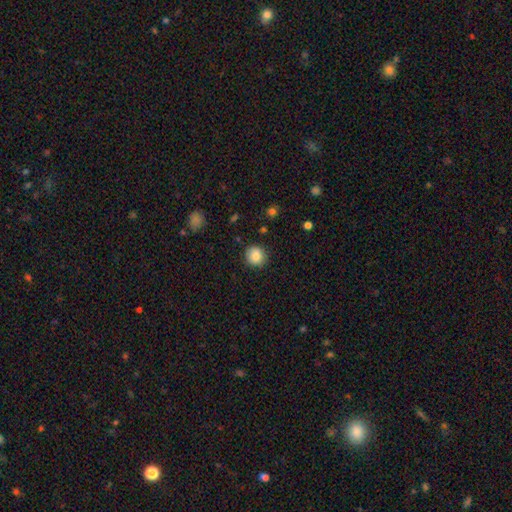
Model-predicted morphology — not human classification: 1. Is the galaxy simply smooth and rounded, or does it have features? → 87% smooth, 9% star or artifact, 4% featured or disk.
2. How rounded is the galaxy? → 89% round, 10% in between, 1% cigar-shaped.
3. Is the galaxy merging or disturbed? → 89% none, 8% minor disturbance, 2% major disturbance, 1% merger.